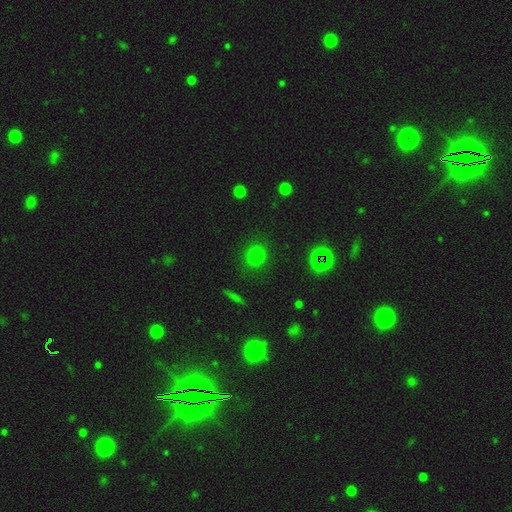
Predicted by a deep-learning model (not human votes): Smooth or featured?
  - smooth: 76% *
  - star or artifact: 18%
  - featured or disk: 6%
How rounded?
  - round: 88% *
  - in between: 10%
  - cigar-shaped: 1%
Merging?
  - none: 88% *
  - minor disturbance: 8%
  - major disturbance: 3%
  - merger: 2%